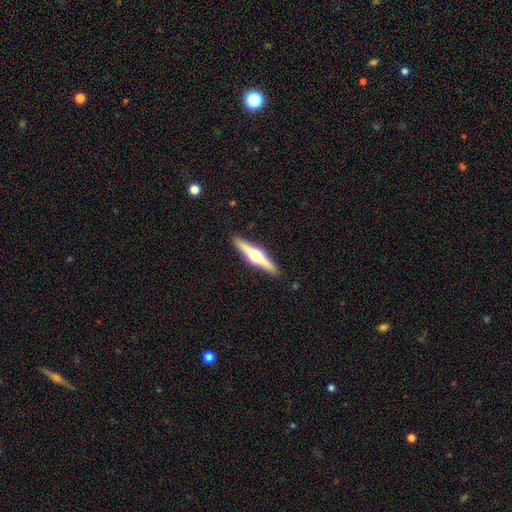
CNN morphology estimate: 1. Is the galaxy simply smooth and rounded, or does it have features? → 74% featured or disk, 21% smooth, 5% star or artifact.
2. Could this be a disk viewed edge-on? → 98% yes, 2% no.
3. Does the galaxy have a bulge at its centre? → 95% rounded, 3% boxy, 2% none.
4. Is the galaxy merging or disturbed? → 91% none, 6% minor disturbance, 1% major disturbance, 1% merger.